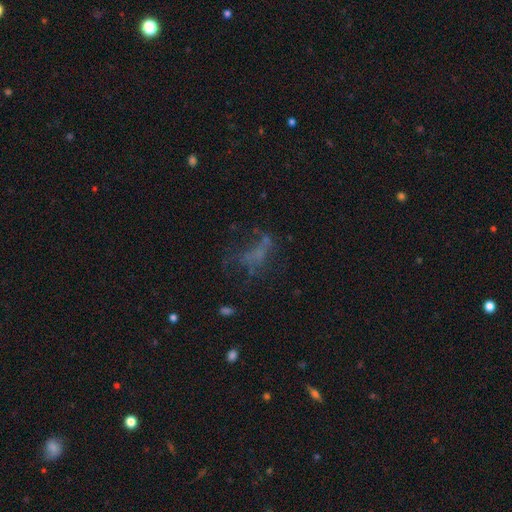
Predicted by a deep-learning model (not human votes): Smooth or featured: featured or disk — 39% (smooth — 31%)
Merging: none — 39% (major disturbance — 38%)